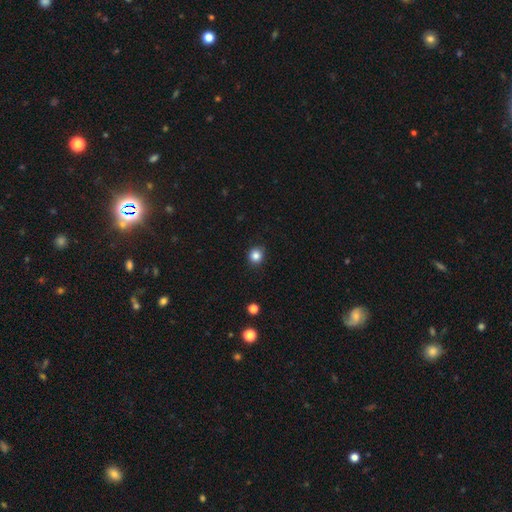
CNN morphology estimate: A smooth galaxy with no disk features (84%) that is round (86%). Merging: none (89%).